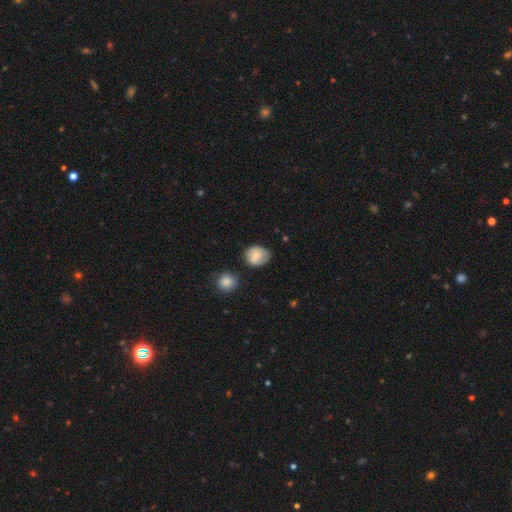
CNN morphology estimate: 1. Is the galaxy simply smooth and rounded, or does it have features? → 73% smooth, 20% featured or disk, 7% star or artifact.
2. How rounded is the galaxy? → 62% round, 37% in between, 1% cigar-shaped.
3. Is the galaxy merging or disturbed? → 66% none, 24% minor disturbance, 6% major disturbance, 4% merger.